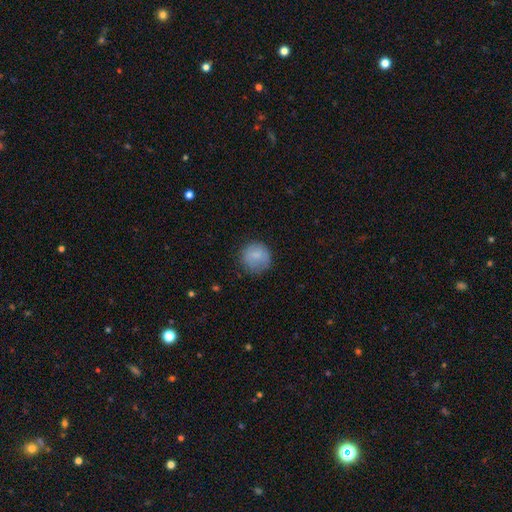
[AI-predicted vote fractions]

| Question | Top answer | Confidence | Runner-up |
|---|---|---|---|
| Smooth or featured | smooth | 81% | featured or disk (11%) |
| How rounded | round | 91% | in between (8%) |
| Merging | none | 75% | minor disturbance (18%) |